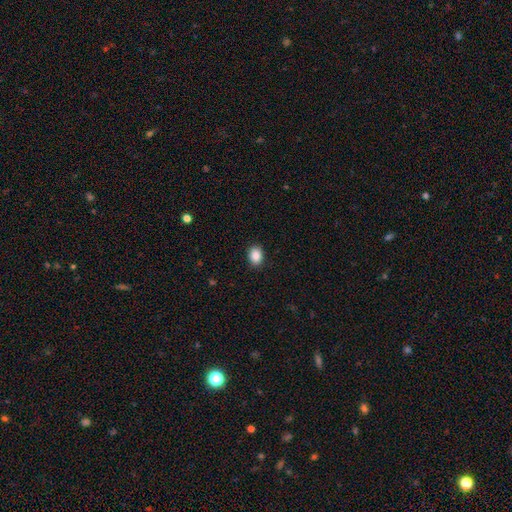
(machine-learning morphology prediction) A smooth galaxy with no disk features (89%) that is in between round and cigar-shaped (69%).

Vote fractions:
- Smooth or featured? smooth: 89% / star or artifact: 8% / featured or disk: 3%
- How rounded? in between: 69% / round: 30% / cigar-shaped: 1%
- Merging? none: 90% / minor disturbance: 7% / major disturbance: 2% / merger: 1%